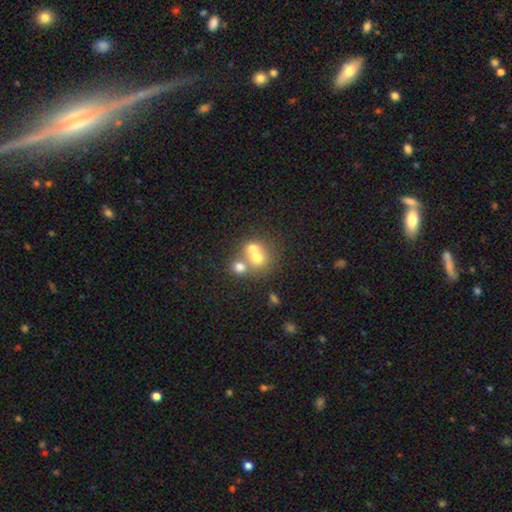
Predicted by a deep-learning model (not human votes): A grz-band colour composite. It shows a smooth galaxy with no disk features (63%) that is round (77%). Merging: merger (59%).